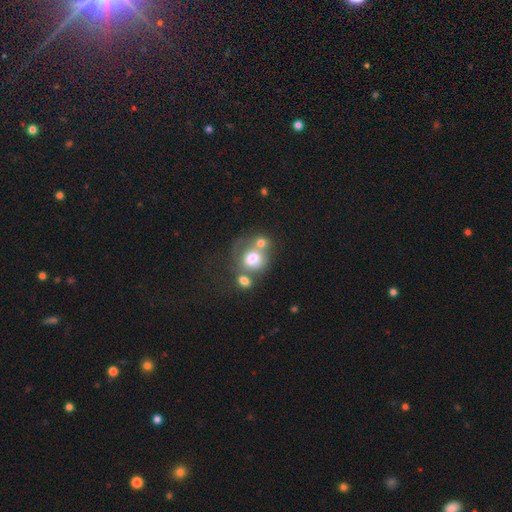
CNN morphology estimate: A smooth galaxy with no disk features (59%) that is round (78%).

Vote fractions:
- Smooth or featured? smooth: 59% / featured or disk: 25% / star or artifact: 16%
- How rounded? round: 78% / in between: 21% / cigar-shaped: 1%
- Merging? merger: 49% / none: 32% / minor disturbance: 10% / major disturbance: 9%